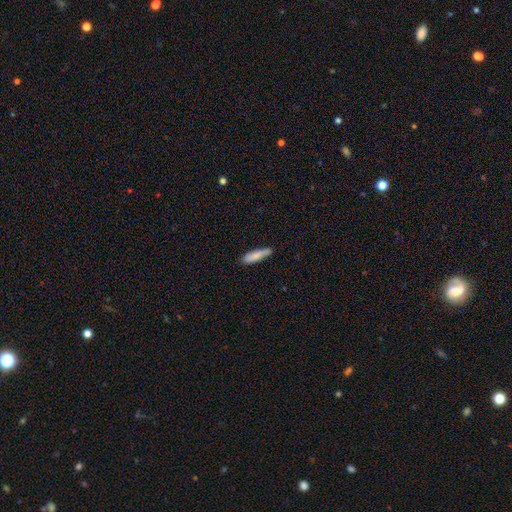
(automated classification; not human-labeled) A smooth galaxy with no disk features (83%) that is cigar-shaped (76%). Merging: none (74%).